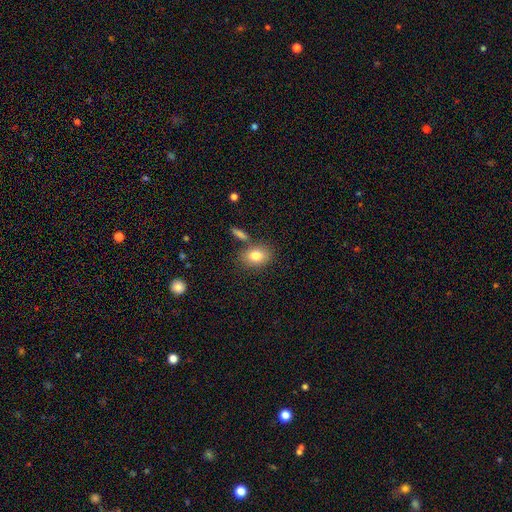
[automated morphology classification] smooth_or_featured: smooth (p=0.81) [alt: featured or disk p=0.11]
how_rounded: in between (p=0.70) [alt: round p=0.29]
merging: none (p=0.69) [alt: merger p=0.13]